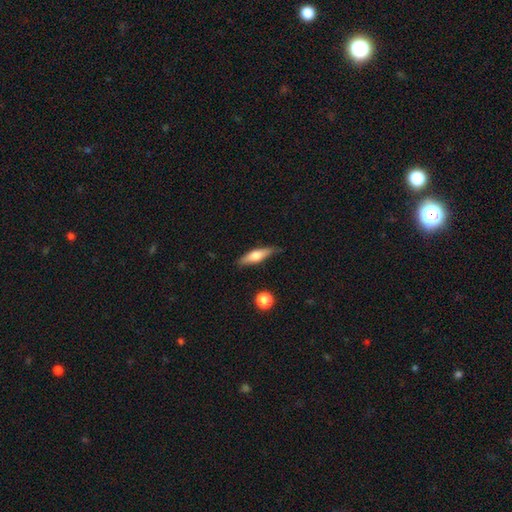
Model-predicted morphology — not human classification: A smooth galaxy with no disk features (54%) that is cigar-shaped (64%).

Vote fractions:
- Smooth or featured? smooth: 54% / featured or disk: 39% / star or artifact: 6%
- How rounded? cigar-shaped: 64% / in between: 34% / round: 3%
- Merging? none: 79% / minor disturbance: 16% / major disturbance: 3% / merger: 2%